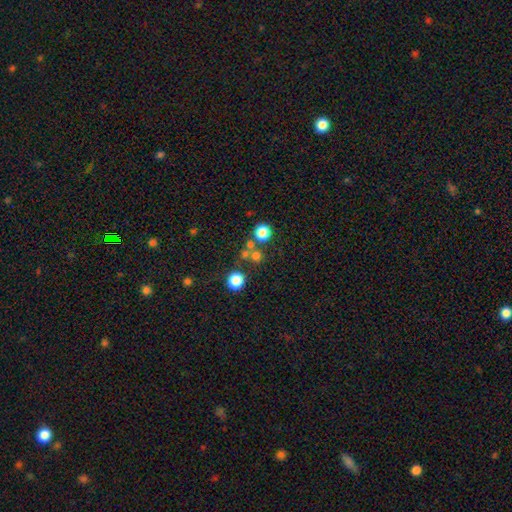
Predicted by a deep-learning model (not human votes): smooth-or-featured: smooth: 71% | star or artifact: 21% | featured or disk: 9%
  how-rounded: round: 91% | in between: 8% | cigar-shaped: 1%
  merging: none: 66% | merger: 23% | minor disturbance: 7% | major disturbance: 4%